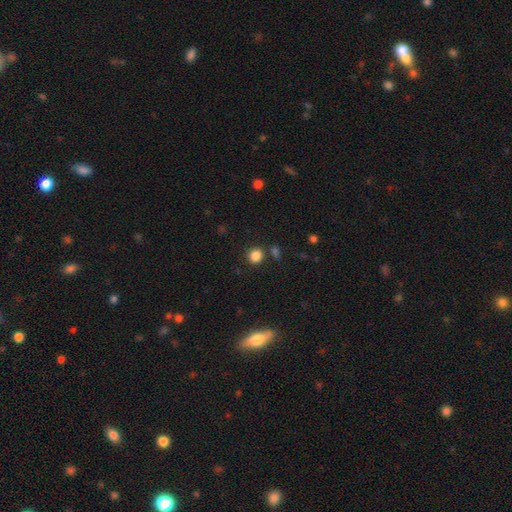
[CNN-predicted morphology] Smooth or featured: smooth — 84% (star or artifact — 12%)
How rounded: round — 87% (in between — 12%)
Merging: none — 82% (minor disturbance — 8%)